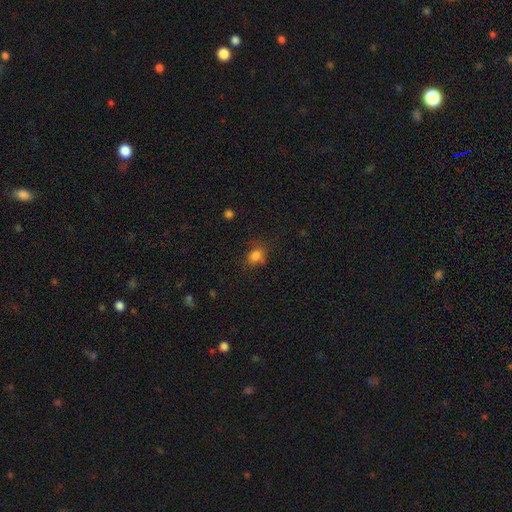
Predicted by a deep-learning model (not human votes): Smooth or featured?
  - smooth: 80% *
  - star or artifact: 13%
  - featured or disk: 7%
How rounded?
  - in between: 51% *
  - round: 48%
  - cigar-shaped: 1%
Merging?
  - none: 64% *
  - minor disturbance: 21%
  - merger: 8%
  - major disturbance: 7%